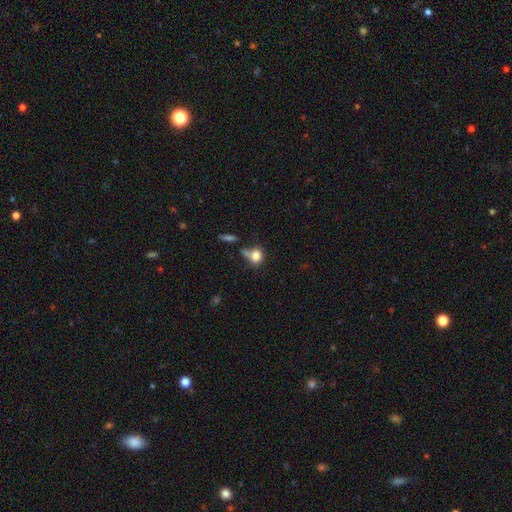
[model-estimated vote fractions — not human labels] The model was most divided on "merging": none: 40%, merger: 23%, minor disturbance: 21%, major disturbance: 16%. More confident: smooth or featured — smooth (78%); how rounded — round (59%).